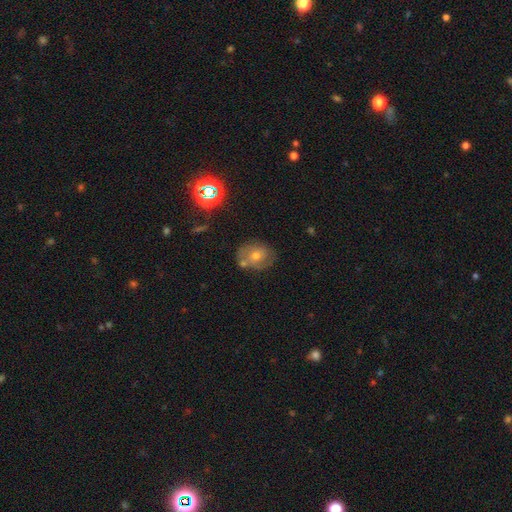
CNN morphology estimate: A featured or disk galaxy (47%).

Vote fractions:
- Smooth or featured? featured or disk: 47% / smooth: 36% / star or artifact: 17%
- Merging? none: 64% / minor disturbance: 18% / merger: 11% / major disturbance: 6%